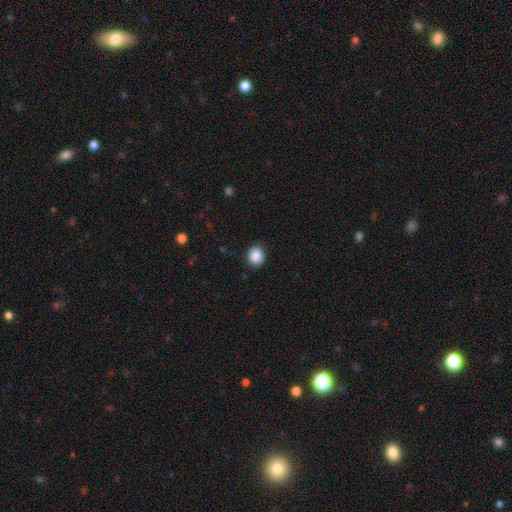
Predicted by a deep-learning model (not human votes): Morphology: type=smooth (88%); roundness=round (66%); merging=none (86%).